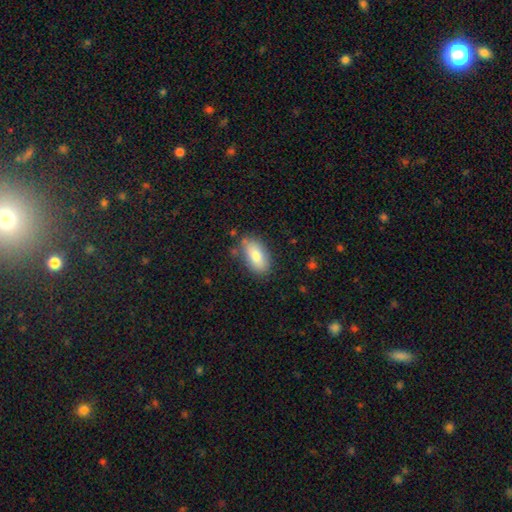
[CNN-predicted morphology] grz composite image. It shows a smooth galaxy with no disk features (79%) that is in between round and cigar-shaped (91%). Merging: none (80%).